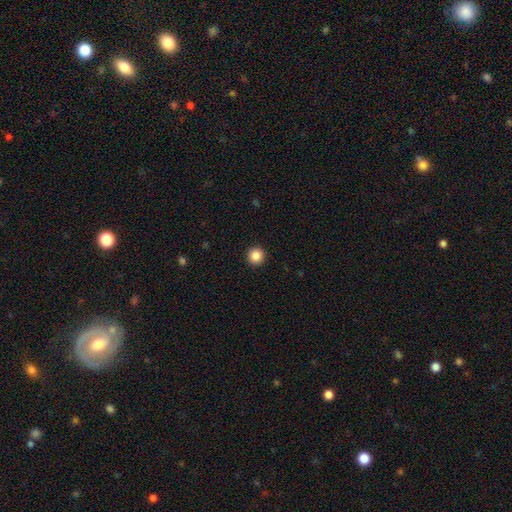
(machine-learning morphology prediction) smooth 87%, star or artifact 10%, featured or disk 3%. Down the decision tree: how rounded — round (96%); merging — none (94%).